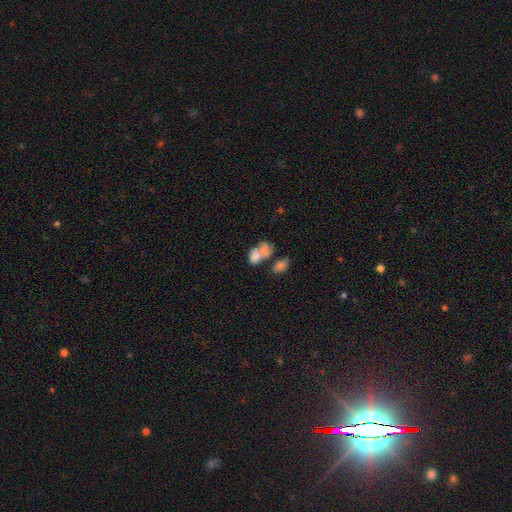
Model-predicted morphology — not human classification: Smooth or featured? Predicted: smooth (p=0.70). How rounded? Predicted: in between (p=0.81). Merging? Predicted: merger (p=0.59).